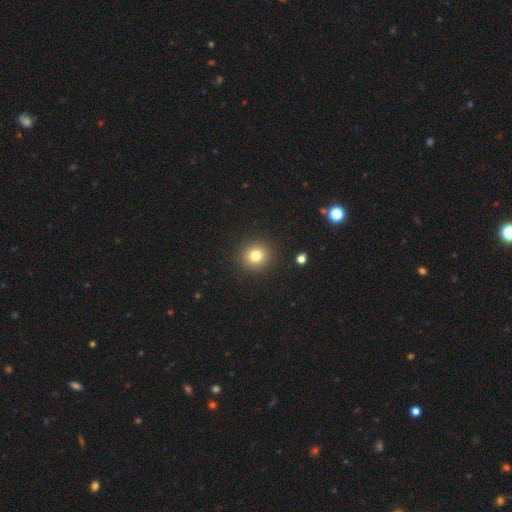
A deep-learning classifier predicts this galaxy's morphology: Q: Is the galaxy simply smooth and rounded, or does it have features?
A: smooth — 80%.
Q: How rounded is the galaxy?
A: round — 91%.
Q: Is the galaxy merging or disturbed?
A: none — 91%.